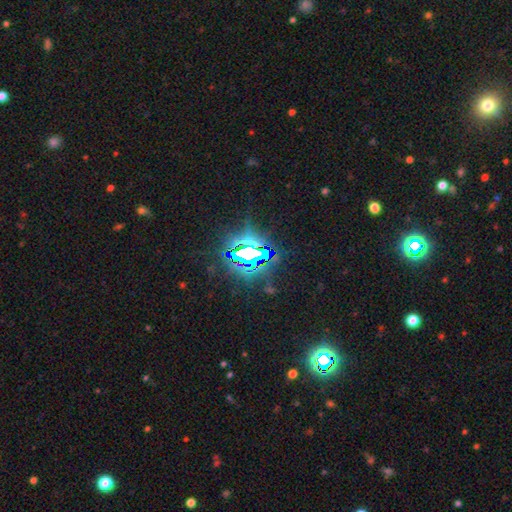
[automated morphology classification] A star or artifact, not a galaxy (81%).